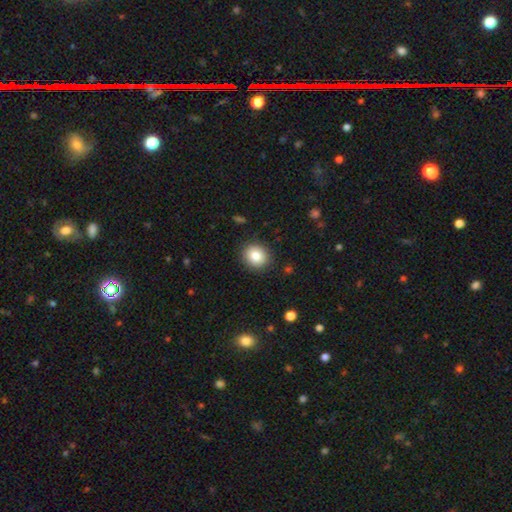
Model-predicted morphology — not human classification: type=smooth (83%); roundness=round (80%); merging=none (89%).